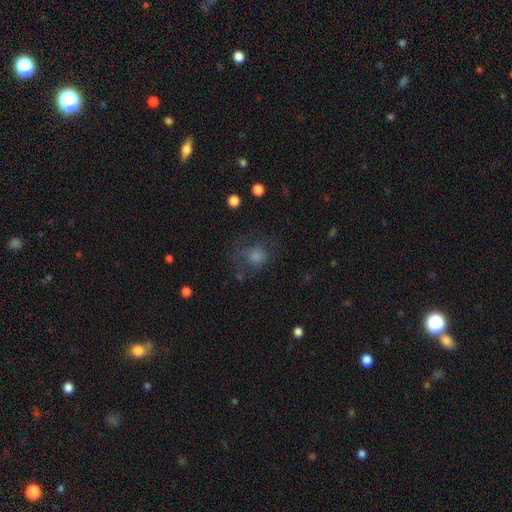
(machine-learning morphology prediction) Smooth or featured: smooth — 54% (featured or disk — 24%)
How rounded: round — 76% (in between — 23%)
Merging: none — 56% (major disturbance — 23%)